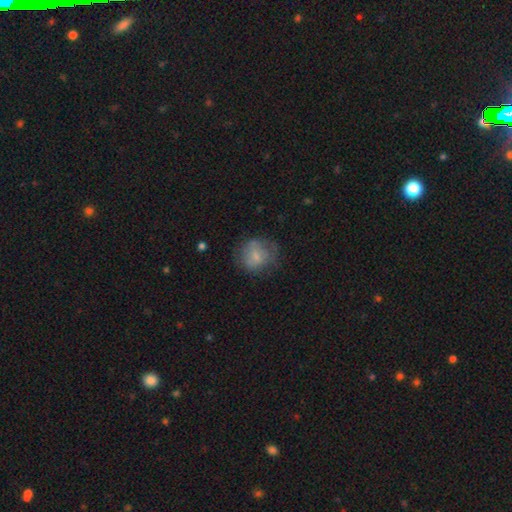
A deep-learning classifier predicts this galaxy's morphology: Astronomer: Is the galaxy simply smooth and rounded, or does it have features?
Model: smooth — 66%.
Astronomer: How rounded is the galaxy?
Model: round — 76%.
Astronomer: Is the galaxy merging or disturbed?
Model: none — 57%.